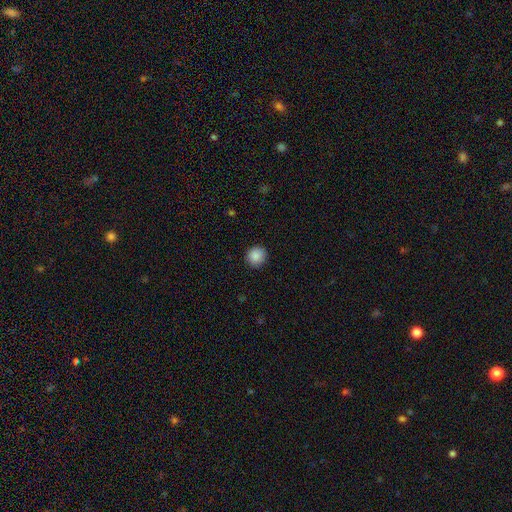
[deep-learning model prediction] Smooth or featured?
  - smooth: 88% *
  - star or artifact: 8%
  - featured or disk: 3%
How rounded?
  - round: 89% *
  - in between: 10%
  - cigar-shaped: 1%
Merging?
  - none: 88% *
  - minor disturbance: 9%
  - major disturbance: 2%
  - merger: 1%